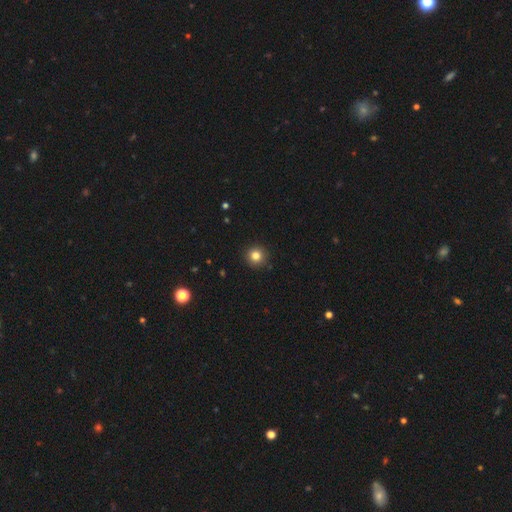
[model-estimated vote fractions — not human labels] Smooth or featured?
  - smooth: 82% *
  - star or artifact: 12%
  - featured or disk: 6%
How rounded?
  - round: 95% *
  - in between: 4%
  - cigar-shaped: 1%
Merging?
  - none: 92% *
  - minor disturbance: 5%
  - major disturbance: 2%
  - merger: 1%